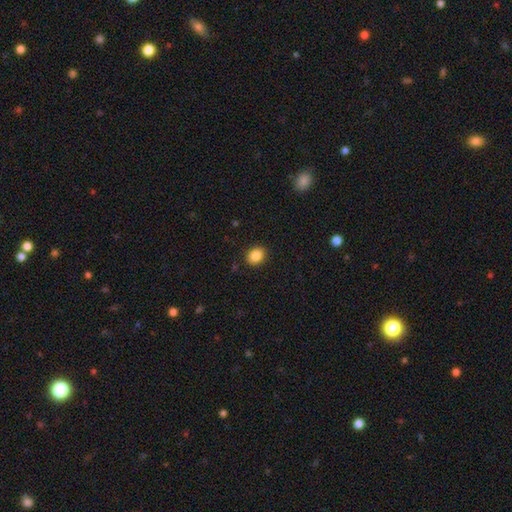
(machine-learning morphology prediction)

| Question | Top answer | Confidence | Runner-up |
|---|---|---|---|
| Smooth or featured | smooth | 86% | star or artifact (9%) |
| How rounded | round | 53% | in between (47%) |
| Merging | none | 90% | minor disturbance (7%) |